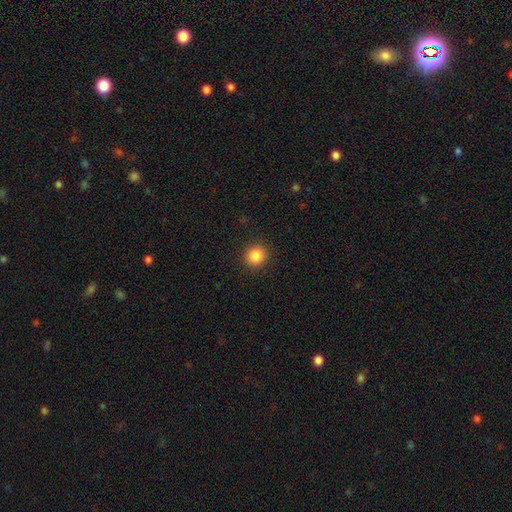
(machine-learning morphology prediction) Smooth or featured?
  - smooth: 85% *
  - star or artifact: 11%
  - featured or disk: 4%
How rounded?
  - round: 91% *
  - in between: 8%
  - cigar-shaped: 1%
Merging?
  - none: 91% *
  - minor disturbance: 6%
  - major disturbance: 2%
  - merger: 1%